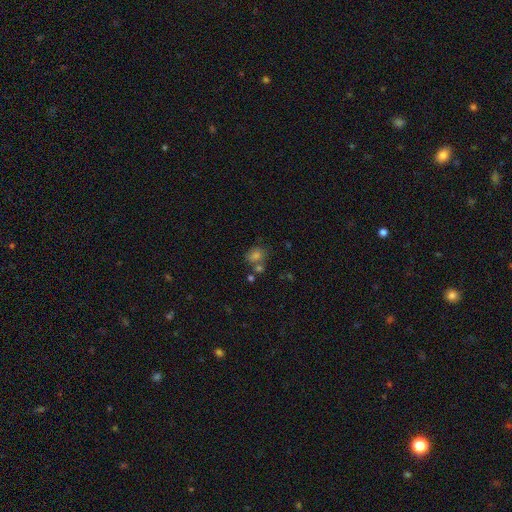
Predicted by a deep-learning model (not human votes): Smooth or featured? smooth (70%)
How rounded? round (50%)
Merging? none (56%)